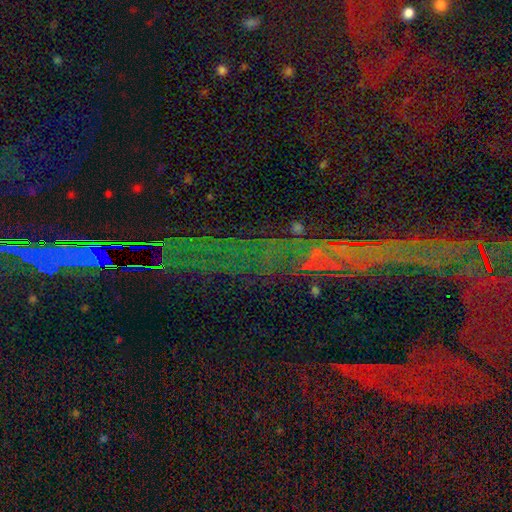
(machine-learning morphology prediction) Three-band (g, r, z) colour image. It shows a star or artifact, not a galaxy (82%).